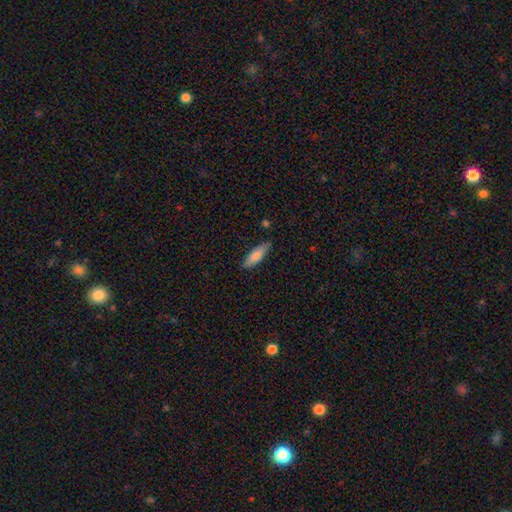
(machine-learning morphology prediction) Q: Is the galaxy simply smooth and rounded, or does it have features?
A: smooth — 77%.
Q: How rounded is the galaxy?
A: cigar-shaped — 52%.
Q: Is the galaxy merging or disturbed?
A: none — 83%.